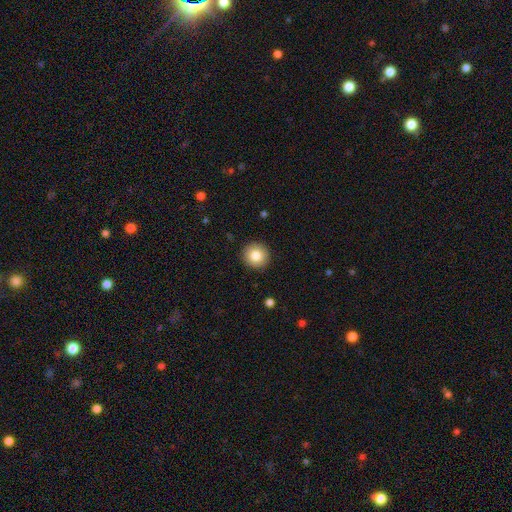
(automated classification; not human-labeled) This appears to be a smooth galaxy with no disk features (83%) that is round (94%). Merging: none (92%).